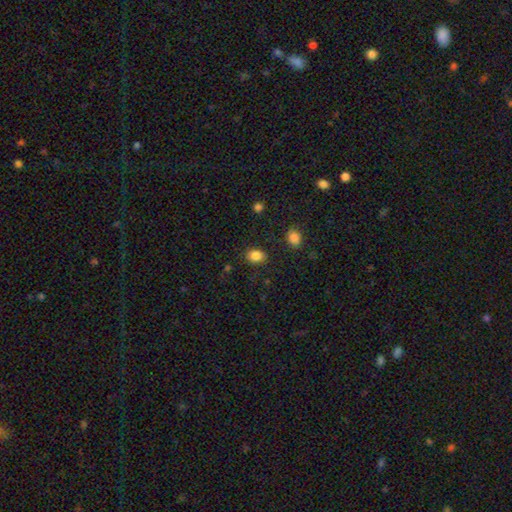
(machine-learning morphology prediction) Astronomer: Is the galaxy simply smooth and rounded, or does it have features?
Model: smooth — 85%.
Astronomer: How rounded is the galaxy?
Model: in between — 61% (runner-up: round, 38%).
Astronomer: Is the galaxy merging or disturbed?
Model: none — 85%.